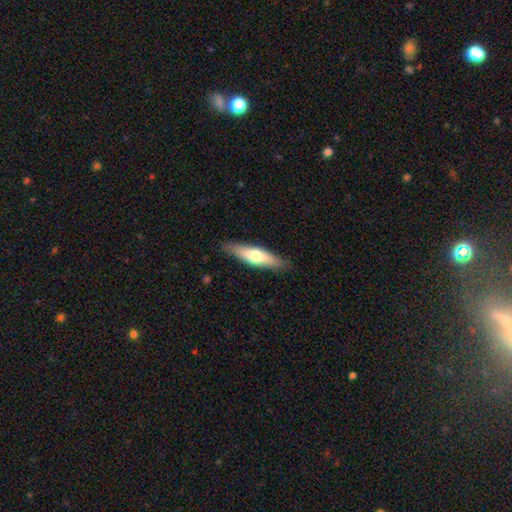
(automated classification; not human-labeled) This appears to be a smooth galaxy with no disk features (57%) that is cigar-shaped (69%). Merging: none (87%).